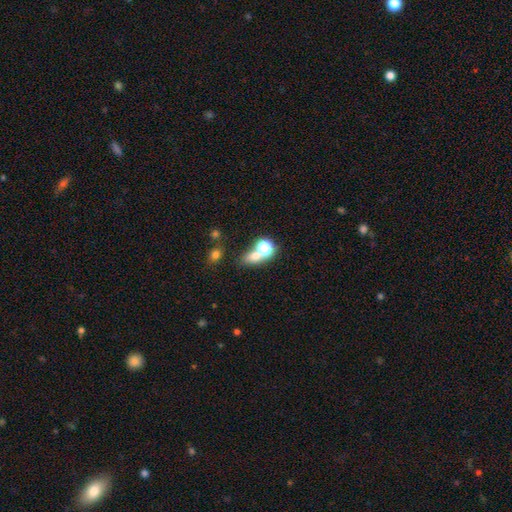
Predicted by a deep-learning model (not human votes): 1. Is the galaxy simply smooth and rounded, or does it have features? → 65% smooth, 23% star or artifact, 12% featured or disk.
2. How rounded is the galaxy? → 51% round, 47% in between, 3% cigar-shaped.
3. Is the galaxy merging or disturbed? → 44% none, 41% merger, 9% minor disturbance, 6% major disturbance.